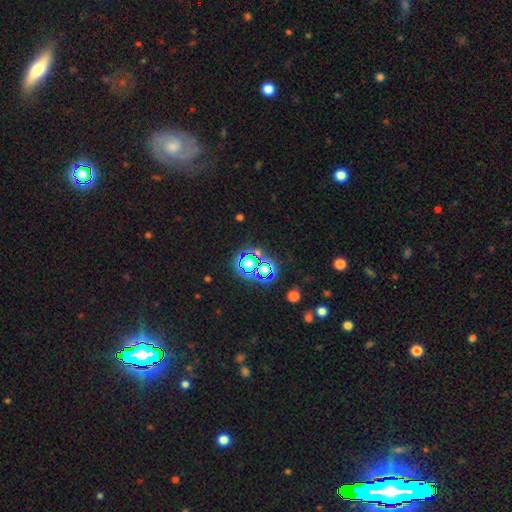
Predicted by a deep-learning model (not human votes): A star or artifact, not a galaxy (71%).

Vote fractions:
- Smooth or featured? star or artifact: 71% / smooth: 19% / featured or disk: 10%